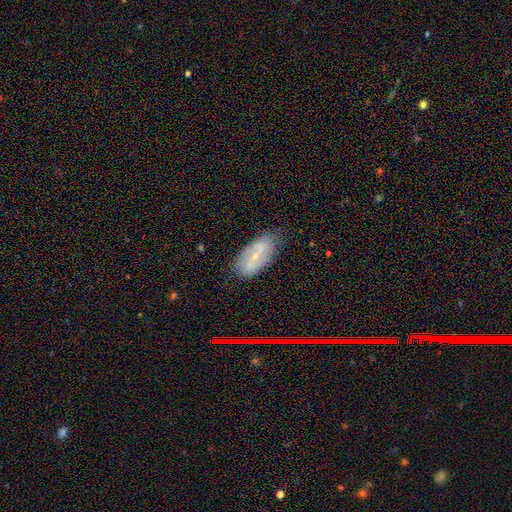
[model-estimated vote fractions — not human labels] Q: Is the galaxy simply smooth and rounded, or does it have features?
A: featured or disk — 61%.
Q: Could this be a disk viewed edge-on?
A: no — 90%.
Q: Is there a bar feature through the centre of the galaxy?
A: weak — 42%.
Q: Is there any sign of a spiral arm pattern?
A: yes — 70%.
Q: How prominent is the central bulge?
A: small — 71%.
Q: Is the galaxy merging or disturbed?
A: none — 78%.